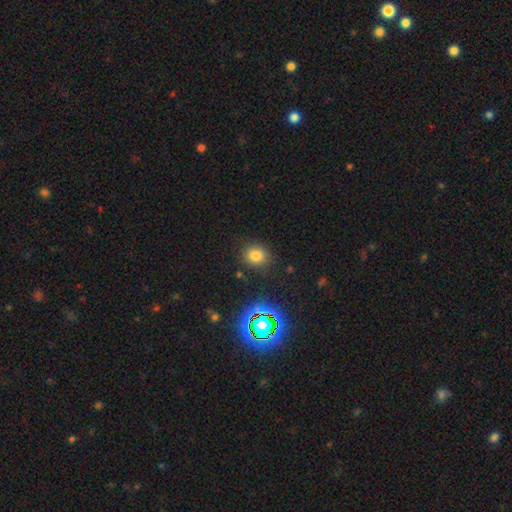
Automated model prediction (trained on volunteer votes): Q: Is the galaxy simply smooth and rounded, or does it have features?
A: smooth — 74%.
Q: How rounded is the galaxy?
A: round — 70%.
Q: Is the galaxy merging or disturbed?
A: none — 84%.